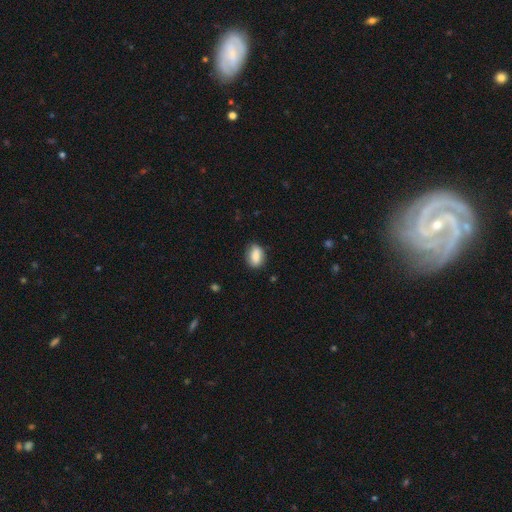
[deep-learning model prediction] smooth 84%, featured or disk 9%, star or artifact 7%. Down the decision tree: how rounded — in between (83%); merging — none (80%).